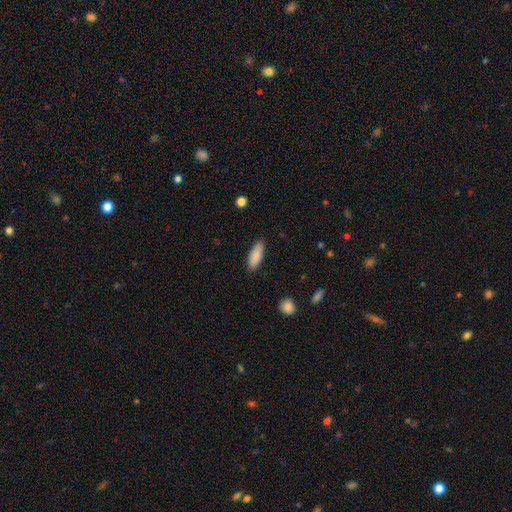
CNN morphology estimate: The model was most divided on "how rounded": in between: 66%, cigar-shaped: 32%, round: 2%. More confident: smooth or featured — smooth (88%); merging — none (88%).